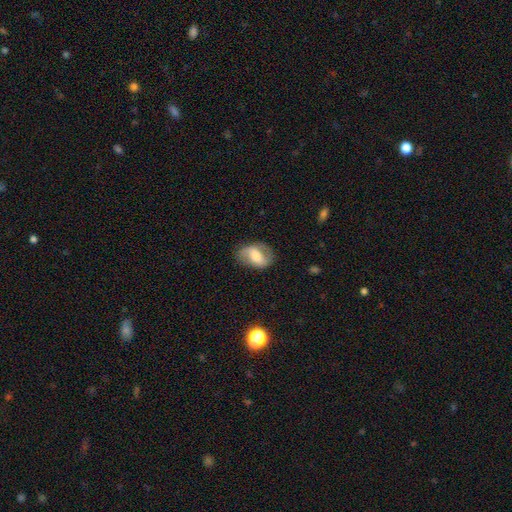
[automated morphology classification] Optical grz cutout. It shows a featured or disk galaxy (54%) with a weak bar (41%), spiral arms (77%) and a moderate central bulge (51%). Merging: none (73%).